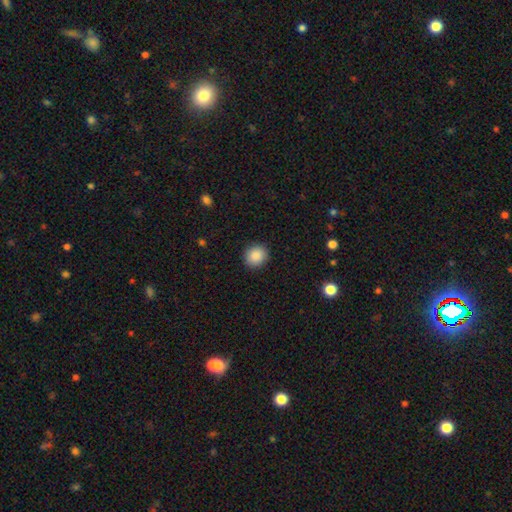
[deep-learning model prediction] A smooth galaxy with no disk features (88%) that is round (83%).

Vote fractions:
- Smooth or featured? smooth: 88% / star or artifact: 8% / featured or disk: 3%
- How rounded? round: 83% / in between: 16% / cigar-shaped: 1%
- Merging? none: 90% / minor disturbance: 6% / major disturbance: 2% / merger: 1%